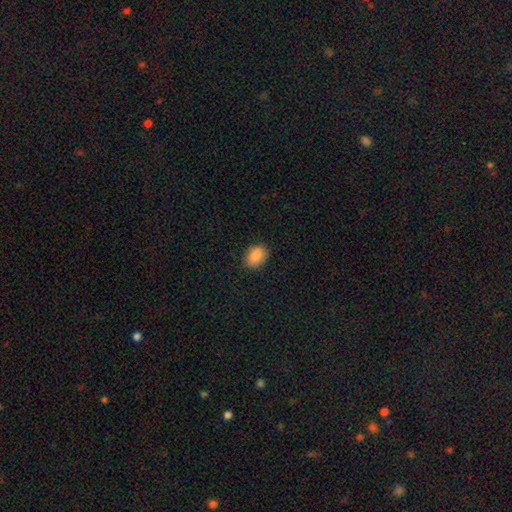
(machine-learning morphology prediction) Q: Smooth or featured?
A: smooth (88%); runner-up: star or artifact (8%)
Q: How rounded?
A: in between (72%); runner-up: round (27%)
Q: Merging?
A: none (87%); runner-up: minor disturbance (10%)